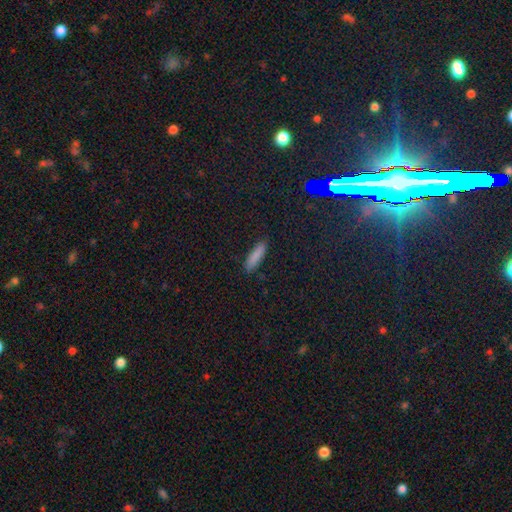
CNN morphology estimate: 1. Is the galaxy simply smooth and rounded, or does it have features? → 86% smooth, 8% star or artifact, 6% featured or disk.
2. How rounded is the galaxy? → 72% cigar-shaped, 26% in between, 2% round.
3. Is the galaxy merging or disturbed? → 88% none, 9% minor disturbance, 2% major disturbance, 1% merger.